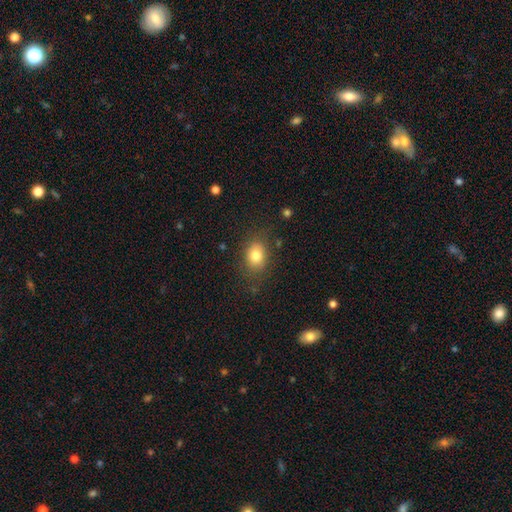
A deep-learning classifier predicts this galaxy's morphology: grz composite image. It shows a smooth galaxy with no disk features (80%) that is in between round and cigar-shaped (60%). Merging: none (78%).